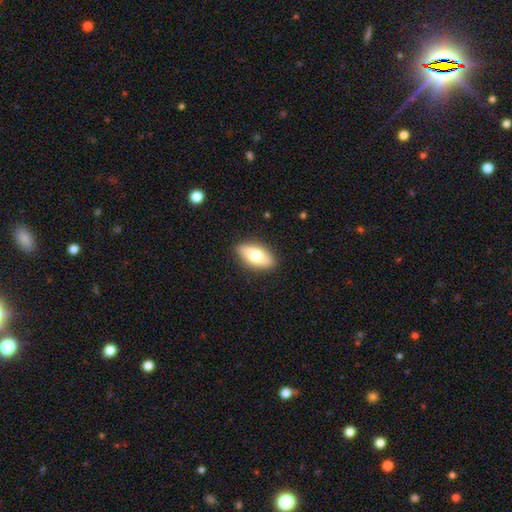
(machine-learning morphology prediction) type=smooth (67%); roundness=in between (86%); merging=none (87%).